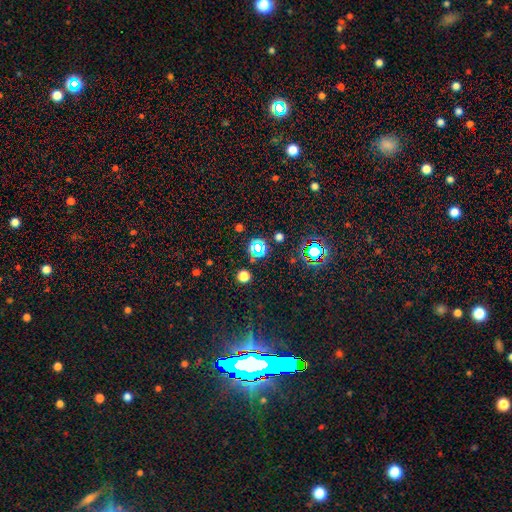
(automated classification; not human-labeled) A star or artifact, not a galaxy (79%).

Vote fractions:
- Smooth or featured? star or artifact: 79% / smooth: 12% / featured or disk: 9%